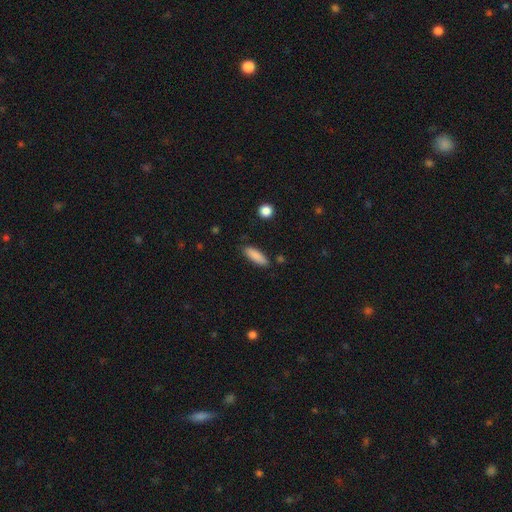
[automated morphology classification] smooth 88%, star or artifact 7%, featured or disk 6%. Down the decision tree: how rounded — cigar-shaped (50%); merging — none (84%).